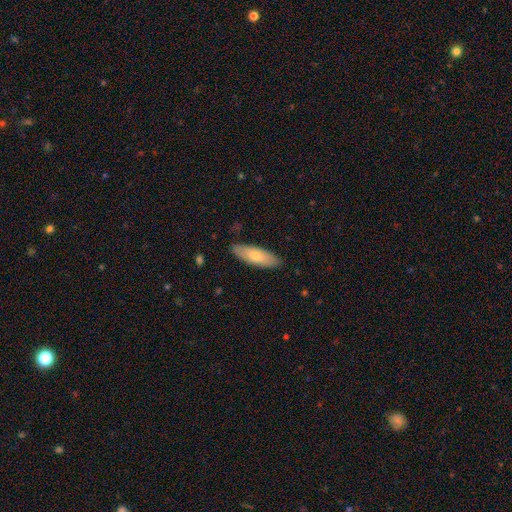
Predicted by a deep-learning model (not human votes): Q: Smooth or featured?
A: smooth (68%); runner-up: featured or disk (26%)
Q: How rounded?
A: in between (57%); runner-up: cigar-shaped (41%)
Q: Merging?
A: none (85%); runner-up: minor disturbance (12%)